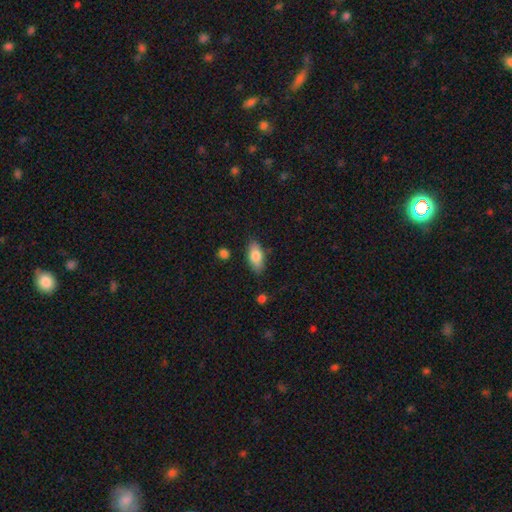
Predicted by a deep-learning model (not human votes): A smooth galaxy with no disk features (79%) that is in between round and cigar-shaped (87%).

Vote fractions:
- Smooth or featured? smooth: 79% / featured or disk: 14% / star or artifact: 7%
- How rounded? in between: 87% / cigar-shaped: 10% / round: 3%
- Merging? none: 83% / minor disturbance: 12% / major disturbance: 3% / merger: 2%